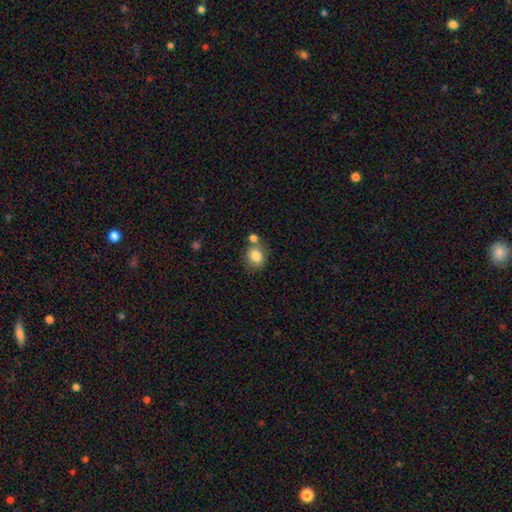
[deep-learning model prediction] smooth 83%, star or artifact 9%, featured or disk 8%. Down the decision tree: how rounded — round (65%); merging — none (62%).